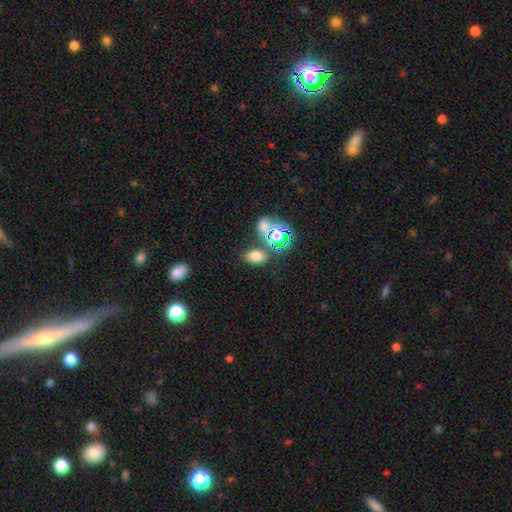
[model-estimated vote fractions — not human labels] A smooth galaxy with no disk features (72%) that is in between round and cigar-shaped (78%). Merging: none (73%).